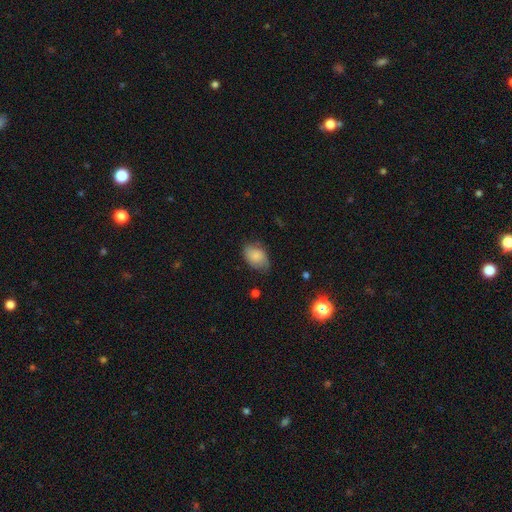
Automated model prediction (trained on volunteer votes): The model was most divided on "merging": none: 62%, minor disturbance: 29%, major disturbance: 8%, merger: 1%. More confident: how rounded — in between (84%); smooth or featured — smooth (71%).